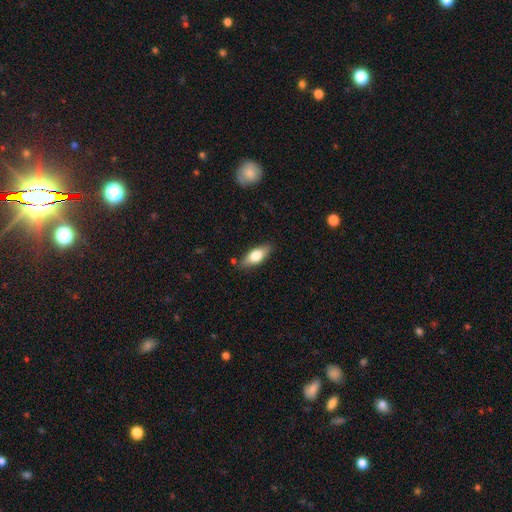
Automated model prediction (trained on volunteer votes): smooth 62%, featured or disk 32%, star or artifact 6%. Down the decision tree: how rounded — in between (71%); merging — none (83%).